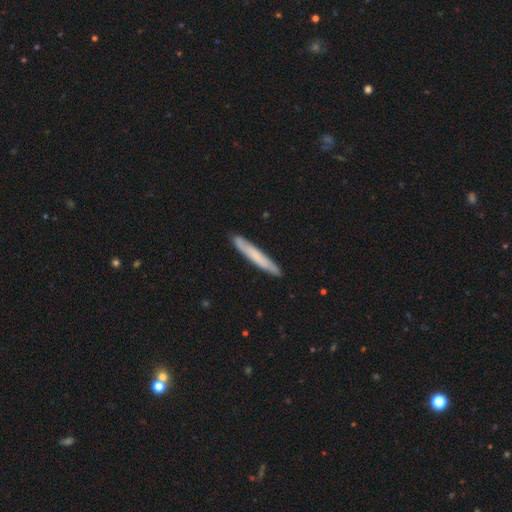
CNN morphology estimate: Overall: smooth (69%). How rounded: cigar-shaped (95%). Merging: none (89%).